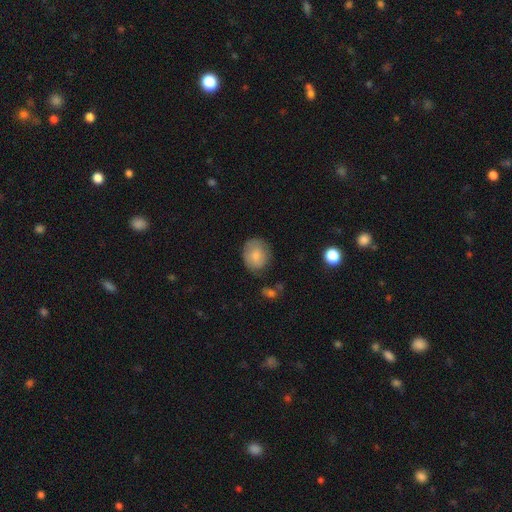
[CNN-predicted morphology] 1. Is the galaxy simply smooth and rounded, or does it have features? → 78% smooth, 15% featured or disk, 7% star or artifact.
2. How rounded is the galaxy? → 64% round, 35% in between, 1% cigar-shaped.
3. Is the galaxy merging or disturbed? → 68% none, 23% minor disturbance, 6% major disturbance, 3% merger.